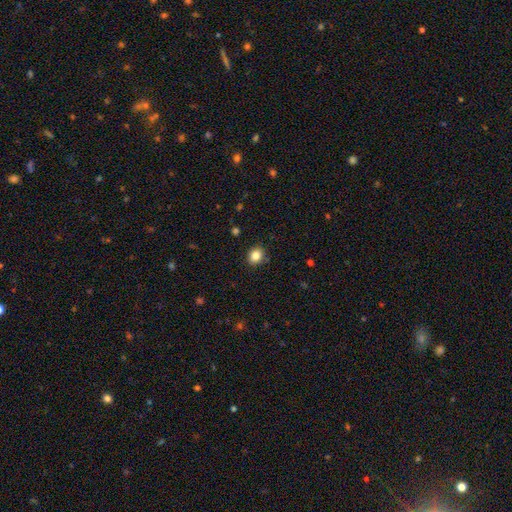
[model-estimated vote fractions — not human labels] Overall: smooth (84%). How rounded: round (59%; in between 40%). Merging: none (88%).